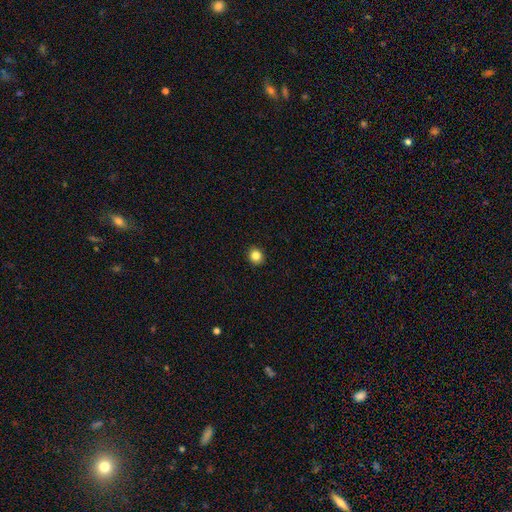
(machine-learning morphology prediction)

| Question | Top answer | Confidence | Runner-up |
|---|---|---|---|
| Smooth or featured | smooth | 84% | star or artifact (11%) |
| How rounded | round | 84% | in between (15%) |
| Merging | none | 91% | minor disturbance (6%) |